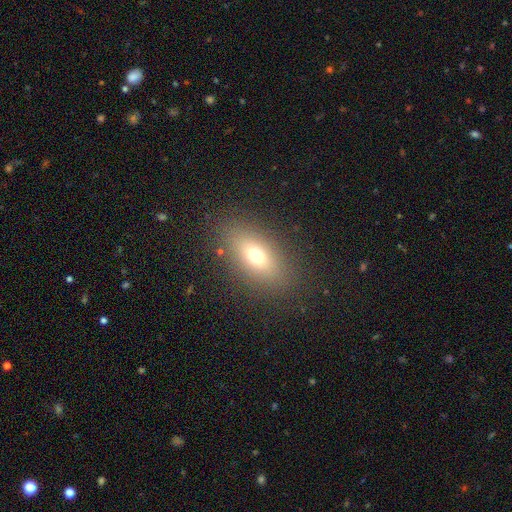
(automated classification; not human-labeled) This appears to be a smooth galaxy with no disk features (68%) that is in between round and cigar-shaped (79%). Merging: none (85%).